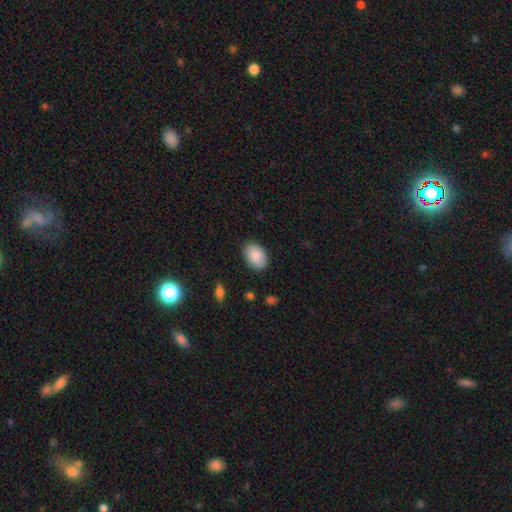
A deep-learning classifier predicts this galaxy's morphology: Smooth or featured? Predicted: smooth (p=0.89). How rounded? Predicted: in between (p=0.88). Merging? Predicted: none (p=0.86).